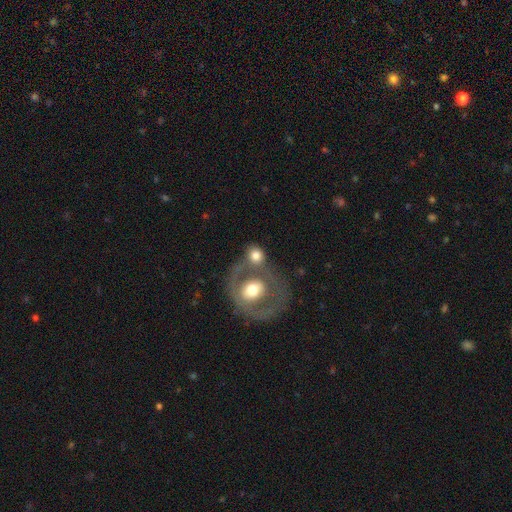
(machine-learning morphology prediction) Q: Smooth or featured?
A: smooth (64%); runner-up: featured or disk (29%)
Q: How rounded?
A: round (77%); runner-up: in between (21%)
Q: Merging?
A: merger (43%); runner-up: none (37%)